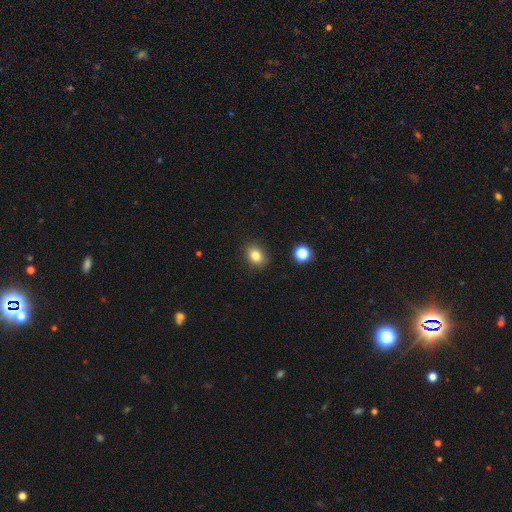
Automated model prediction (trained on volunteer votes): Q: Smooth or featured?
A: smooth (82%); runner-up: star or artifact (11%)
Q: How rounded?
A: in between (57%); runner-up: round (42%)
Q: Merging?
A: none (88%); runner-up: minor disturbance (8%)